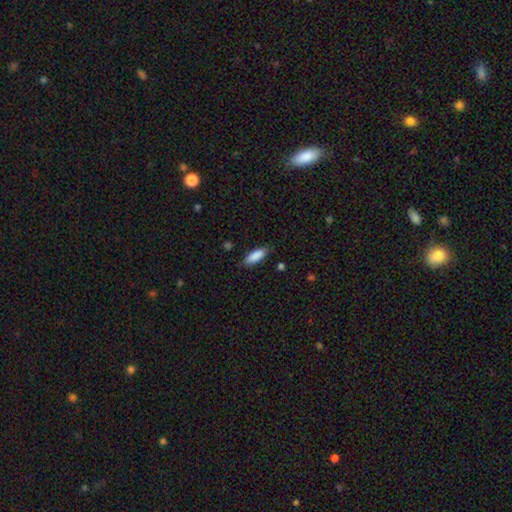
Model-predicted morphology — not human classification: A smooth galaxy with no disk features (88%) that is in between round and cigar-shaped (70%). Merging: none (81%).